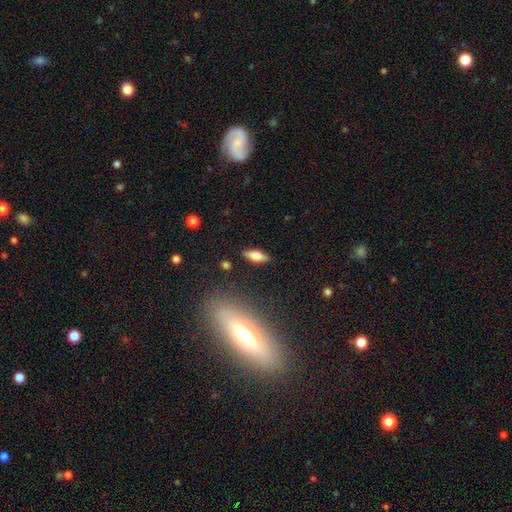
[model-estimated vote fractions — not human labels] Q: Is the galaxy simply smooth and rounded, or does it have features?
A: smooth — 60%.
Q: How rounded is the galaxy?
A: in between — 67%.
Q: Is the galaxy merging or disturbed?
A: none — 87%.